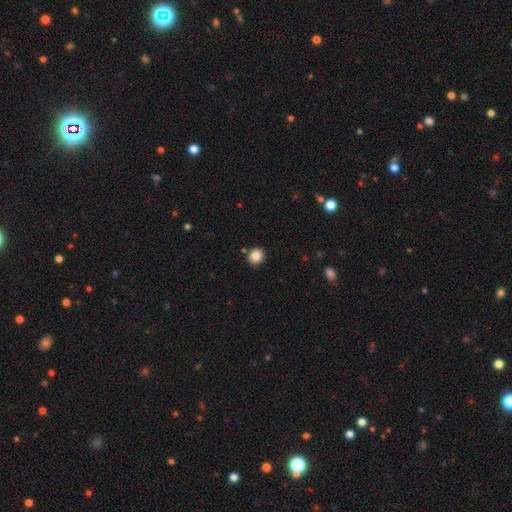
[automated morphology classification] Q: Smooth or featured?
A: smooth (86%); runner-up: star or artifact (10%)
Q: How rounded?
A: round (81%); runner-up: in between (19%)
Q: Merging?
A: none (84%); runner-up: minor disturbance (10%)